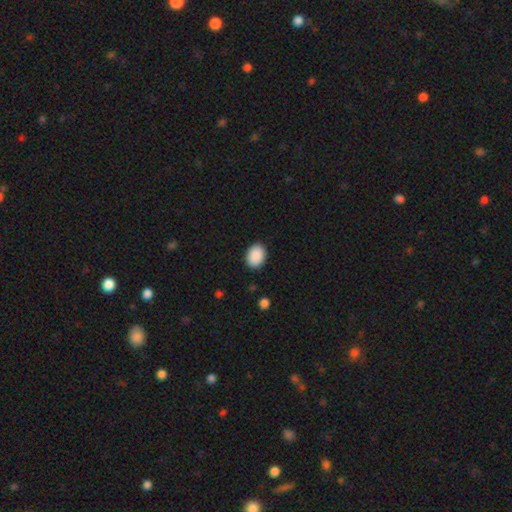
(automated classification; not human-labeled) smooth-or-featured: smooth: 91% | star or artifact: 7% | featured or disk: 2%
  how-rounded: in between: 72% | round: 27% | cigar-shaped: 1%
  merging: none: 89% | minor disturbance: 8% | major disturbance: 2% | merger: 1%